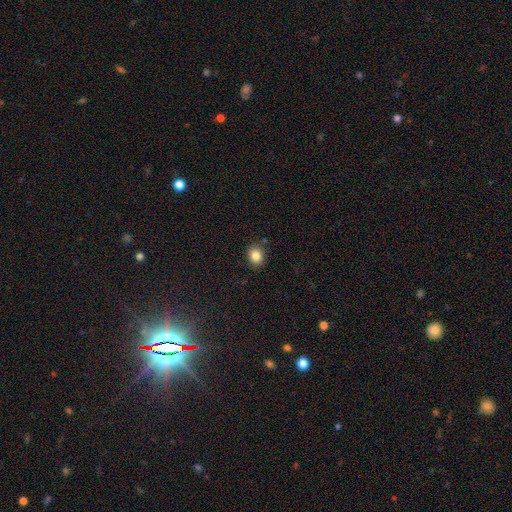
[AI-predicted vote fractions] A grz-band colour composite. It shows a smooth galaxy with no disk features (84%) that is round (66%). Merging: none (86%).